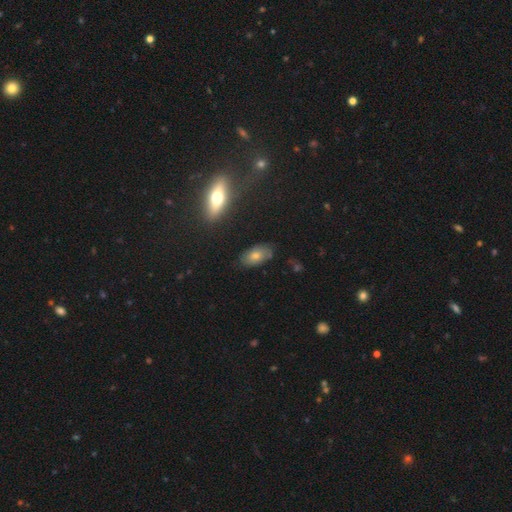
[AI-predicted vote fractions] smooth 69%, featured or disk 20%, star or artifact 11%. Down the decision tree: how rounded — in between (91%); merging — none (77%).